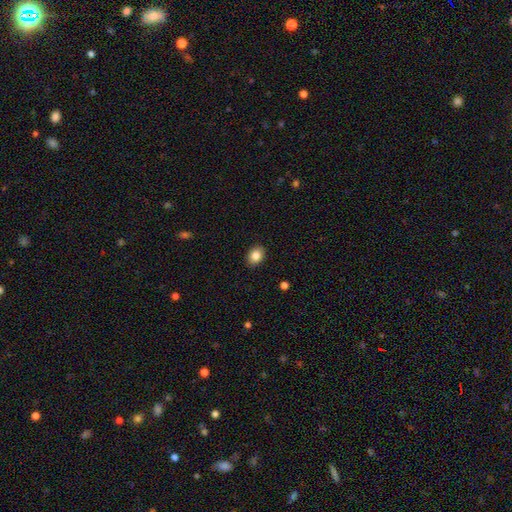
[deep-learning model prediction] smooth 86%, star or artifact 9%, featured or disk 6%. Down the decision tree: how rounded — in between (61%); merging — none (90%).